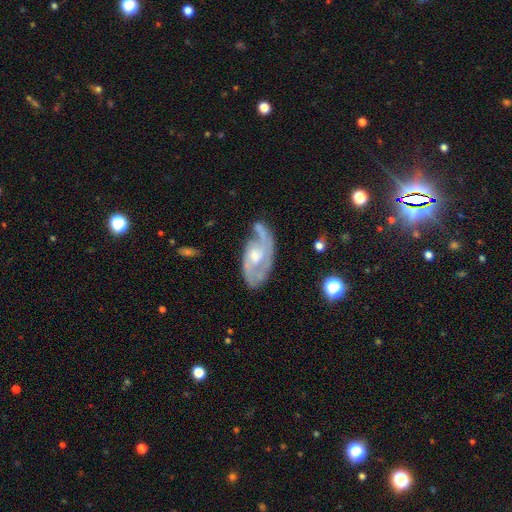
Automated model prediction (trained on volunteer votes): Smooth or featured: featured or disk — 82% (smooth — 12%)
Edge-on disk: no — 95% (yes — 5%)
Bar: no — 64% (weak — 30%)
Spiral arms: yes — 90% (no — 10%)
Spiral winding: medium — 43% (tight — 38%)
Spiral arm count: 2 — 52% (can't tell — 20%)
Bulge size: moderate — 56% (small — 36%)
Merging: none — 54% (minor disturbance — 26%)